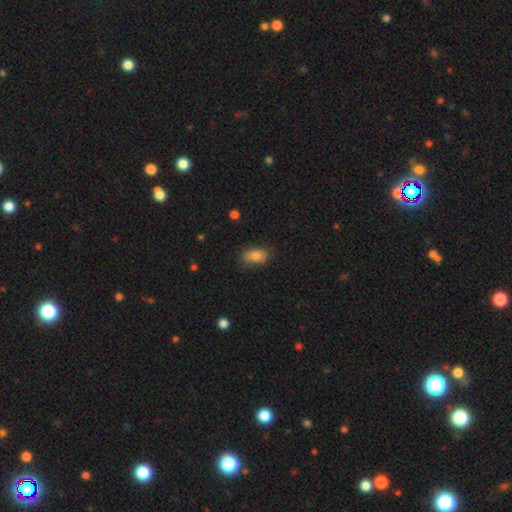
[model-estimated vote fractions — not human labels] Morphology: type=smooth (79%); roundness=in between (85%); merging=none (68%).